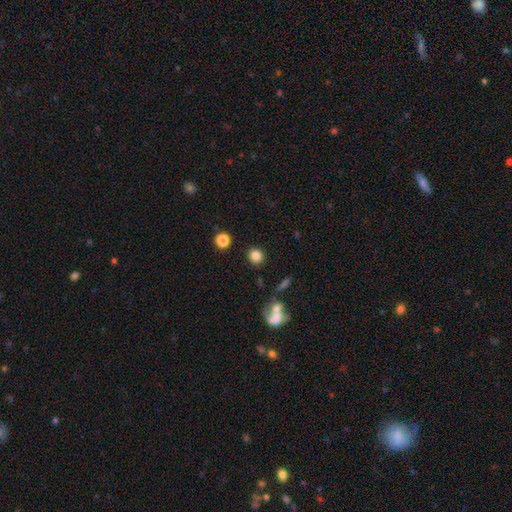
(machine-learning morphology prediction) Smooth or featured?
  - smooth: 82% *
  - star or artifact: 11%
  - featured or disk: 6%
How rounded?
  - round: 85% *
  - in between: 14%
  - cigar-shaped: 1%
Merging?
  - none: 86% *
  - minor disturbance: 7%
  - merger: 4%
  - major disturbance: 3%